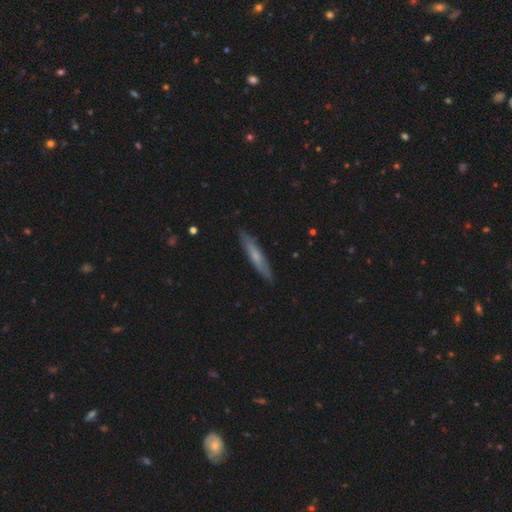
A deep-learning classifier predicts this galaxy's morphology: Smooth or featured? smooth (55%)
How rounded? cigar-shaped (92%)
Merging? none (88%)